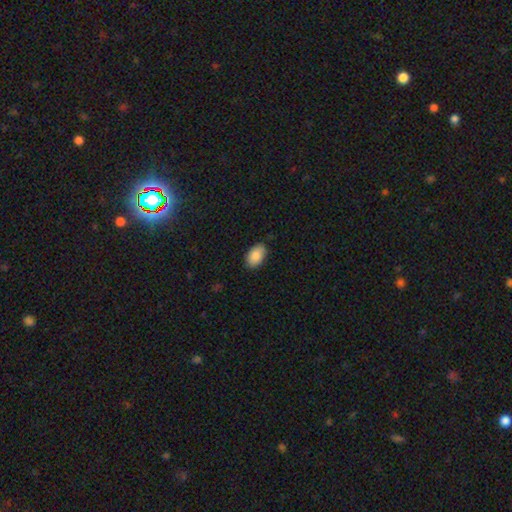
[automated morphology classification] A smooth galaxy with no disk features (87%) that is in between round and cigar-shaped (91%).

Vote fractions:
- Smooth or featured? smooth: 87% / star or artifact: 7% / featured or disk: 6%
- How rounded? in between: 91% / round: 8% / cigar-shaped: 1%
- Merging? none: 85% / minor disturbance: 12% / major disturbance: 2% / merger: 1%